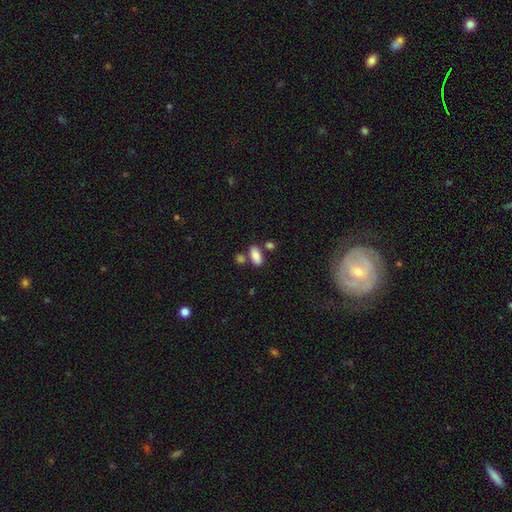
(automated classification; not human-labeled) Smooth or featured?
  - smooth: 85% *
  - featured or disk: 8%
  - star or artifact: 8%
How rounded?
  - in between: 90% *
  - cigar-shaped: 6%
  - round: 4%
Merging?
  - none: 67% *
  - merger: 17%
  - minor disturbance: 12%
  - major disturbance: 4%